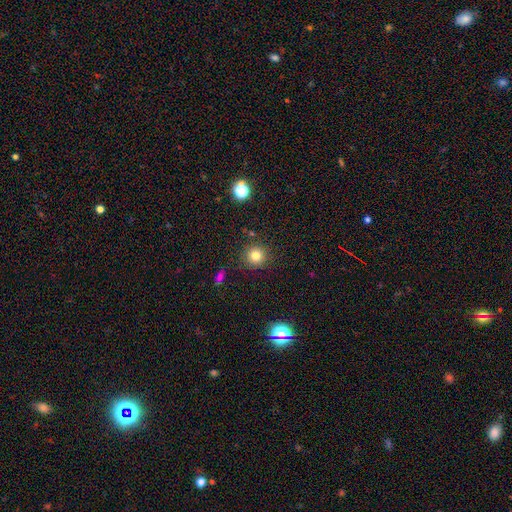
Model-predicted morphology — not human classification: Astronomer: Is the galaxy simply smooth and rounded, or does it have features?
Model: smooth — 80%.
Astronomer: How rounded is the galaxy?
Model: round — 93%.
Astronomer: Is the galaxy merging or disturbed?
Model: none — 88%.